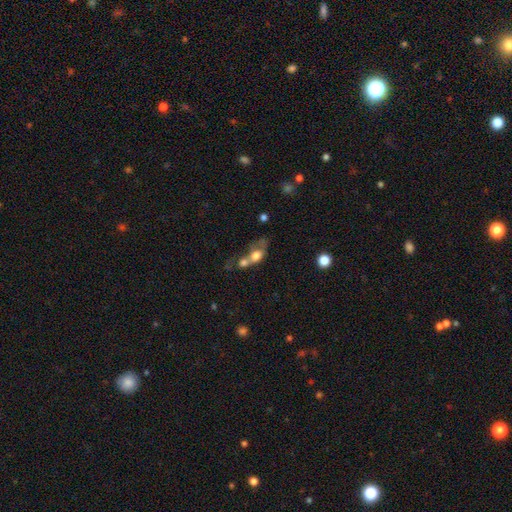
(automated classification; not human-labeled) Morphology: type=smooth (65%); roundness=in between (63%); merging=merger (68%).